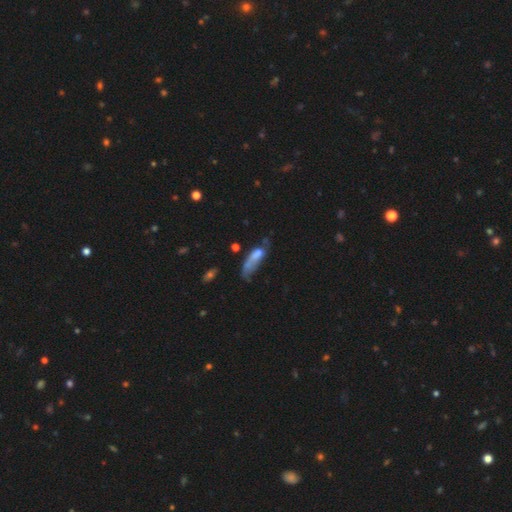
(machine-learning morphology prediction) A smooth galaxy with no disk features (60%) that is in between round and cigar-shaped (52%).

Vote fractions:
- Smooth or featured? smooth: 60% / featured or disk: 29% / star or artifact: 11%
- How rounded? in between: 52% / cigar-shaped: 44% / round: 4%
- Merging? major disturbance: 40% / minor disturbance: 24% / none: 23% / merger: 12%